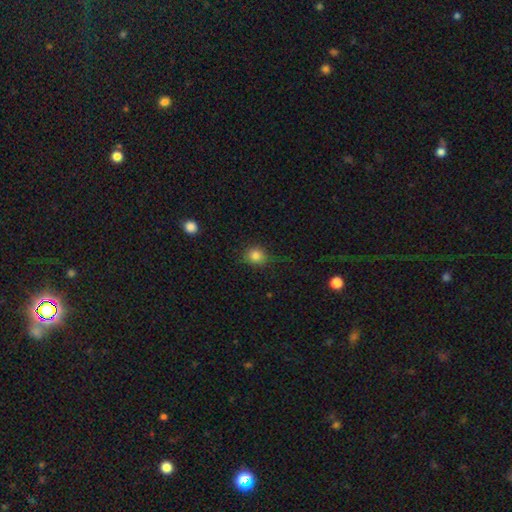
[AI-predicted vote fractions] Smooth or featured? Predicted: smooth (p=0.83). How rounded? Predicted: round (p=0.81). Merging? Predicted: none (p=0.79).